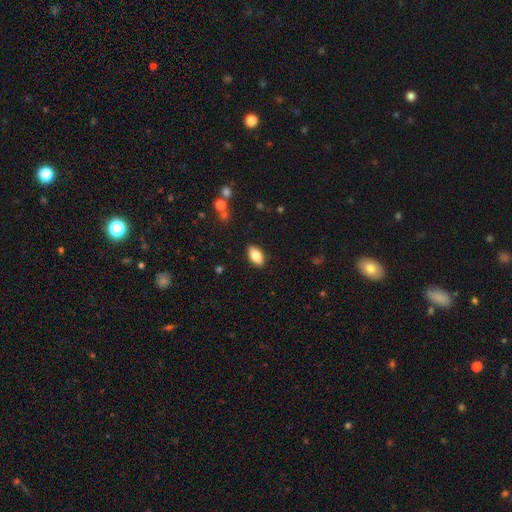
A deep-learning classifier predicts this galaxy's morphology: Q: Smooth or featured?
A: smooth (85%); runner-up: featured or disk (8%)
Q: How rounded?
A: in between (92%); runner-up: cigar-shaped (4%)
Q: Merging?
A: none (88%); runner-up: minor disturbance (9%)